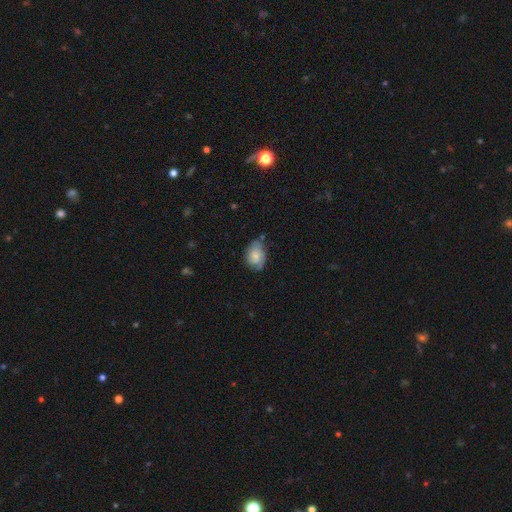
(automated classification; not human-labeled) Morphology: type=smooth (65%); roundness=in between (79%); merging=none (54%).